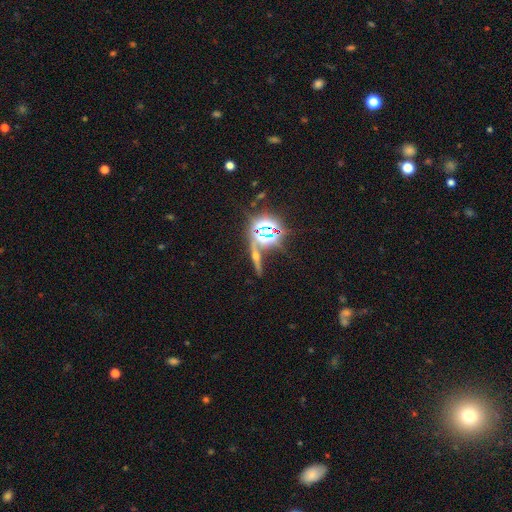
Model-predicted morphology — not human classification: Smooth or featured: star or artifact — 76% (smooth — 16%)